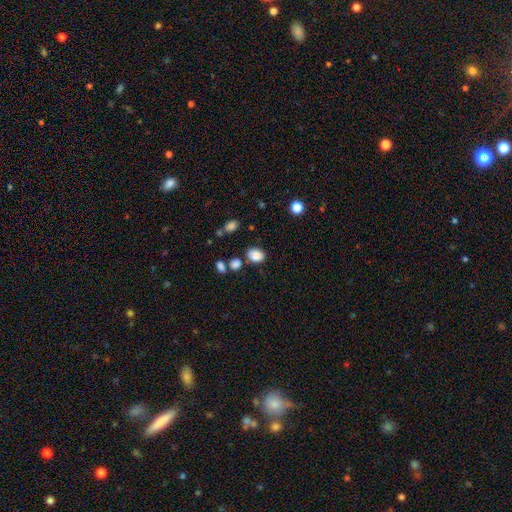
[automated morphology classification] A smooth galaxy with no disk features (85%) that is in between round and cigar-shaped (66%).

Vote fractions:
- Smooth or featured? smooth: 85% / star or artifact: 10% / featured or disk: 5%
- How rounded? in between: 66% / round: 33% / cigar-shaped: 1%
- Merging? none: 73% / minor disturbance: 14% / merger: 8% / major disturbance: 4%